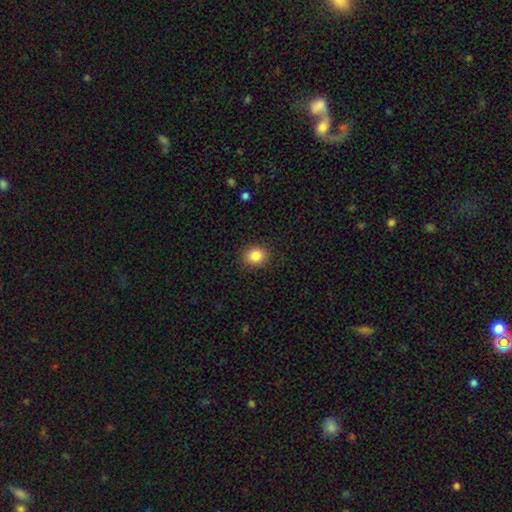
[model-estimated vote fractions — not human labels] Morphology: type=smooth (85%); roundness=round (64%); merging=none (90%).